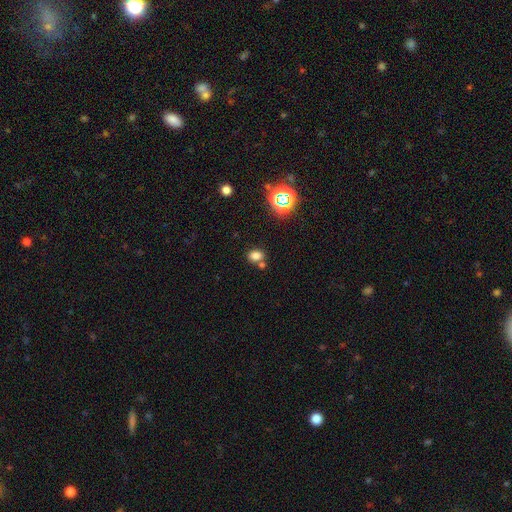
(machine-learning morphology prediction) The model was most divided on "how rounded": in between: 54%, round: 45%, cigar-shaped: 1%. More confident: smooth or featured — smooth (73%); merging — none (63%).